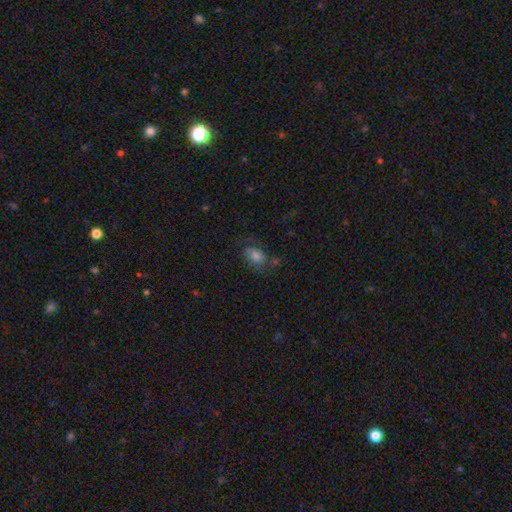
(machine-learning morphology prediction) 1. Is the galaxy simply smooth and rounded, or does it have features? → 63% smooth, 25% featured or disk, 13% star or artifact.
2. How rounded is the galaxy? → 82% in between, 16% round, 2% cigar-shaped.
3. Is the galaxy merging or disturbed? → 55% none, 24% minor disturbance, 16% major disturbance, 6% merger.